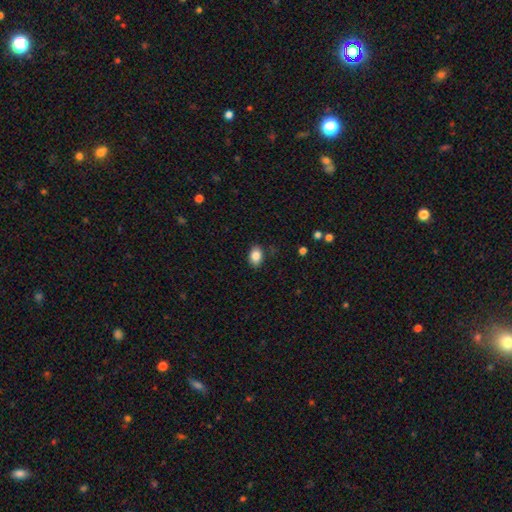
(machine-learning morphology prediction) Overall: smooth (86%). How rounded: in between (81%). Merging: none (86%).